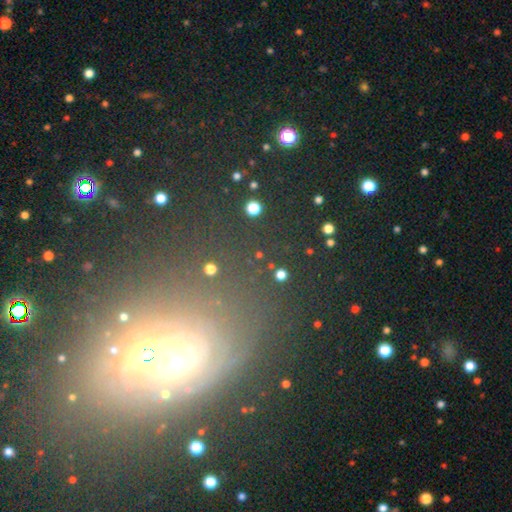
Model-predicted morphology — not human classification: The model was most divided on "smooth or featured": star or artifact: 42%, featured or disk: 33%, smooth: 25%.